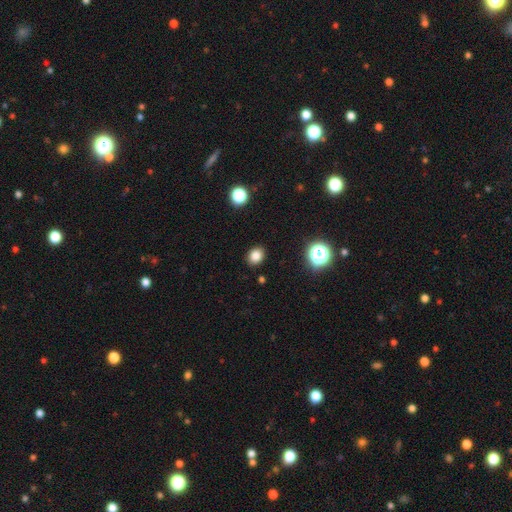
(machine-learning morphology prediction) Smooth or featured? smooth (83%)
How rounded? round (56%)
Merging? none (90%)